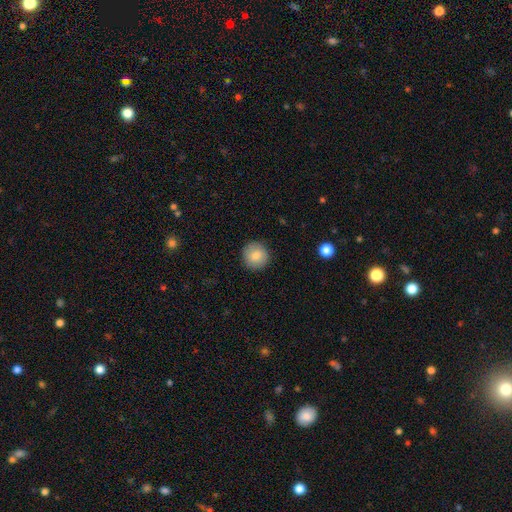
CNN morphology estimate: A smooth galaxy with no disk features (83%) that is round (93%). Merging: none (90%).